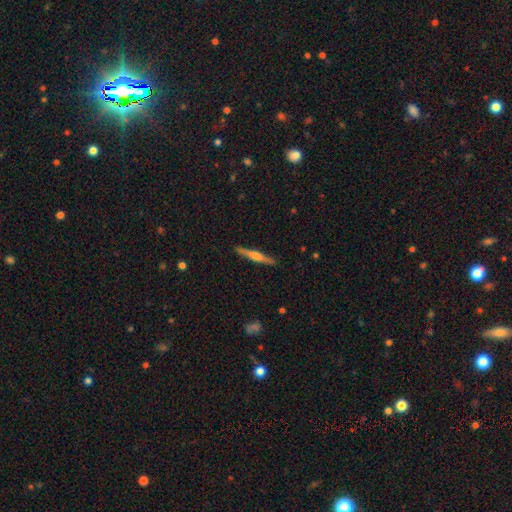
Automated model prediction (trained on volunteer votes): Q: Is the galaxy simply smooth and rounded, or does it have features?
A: featured or disk — 64%.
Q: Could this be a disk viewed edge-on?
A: yes — 98%.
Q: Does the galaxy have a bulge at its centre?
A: rounded — 83%.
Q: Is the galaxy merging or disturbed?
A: none — 91%.